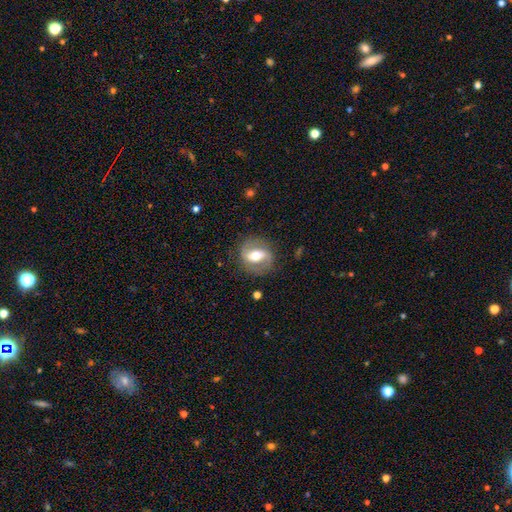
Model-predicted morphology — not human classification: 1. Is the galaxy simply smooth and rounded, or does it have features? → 68% featured or disk, 25% smooth, 6% star or artifact.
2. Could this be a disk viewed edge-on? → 95% no, 5% yes.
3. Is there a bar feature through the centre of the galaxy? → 41% strong, 38% weak, 20% no.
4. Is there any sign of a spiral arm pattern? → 77% yes, 23% no.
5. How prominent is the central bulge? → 71% moderate, 14% large, 12% small, 2% dominant, 1% none.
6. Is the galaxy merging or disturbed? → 81% none, 12% minor disturbance, 6% major disturbance, 1% merger.